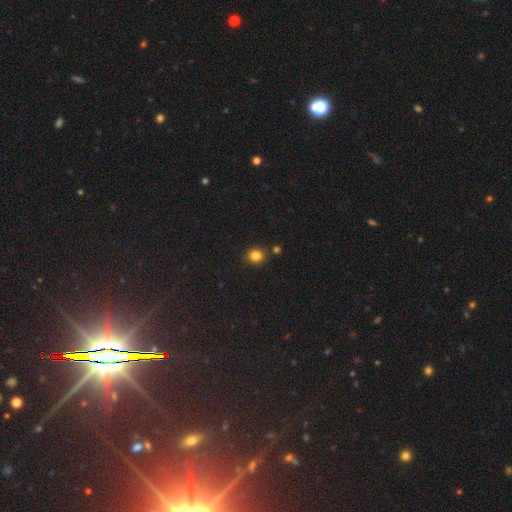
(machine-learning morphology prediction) smooth 83%, star or artifact 12%, featured or disk 5%. Down the decision tree: how rounded — round (71%); merging — none (84%).